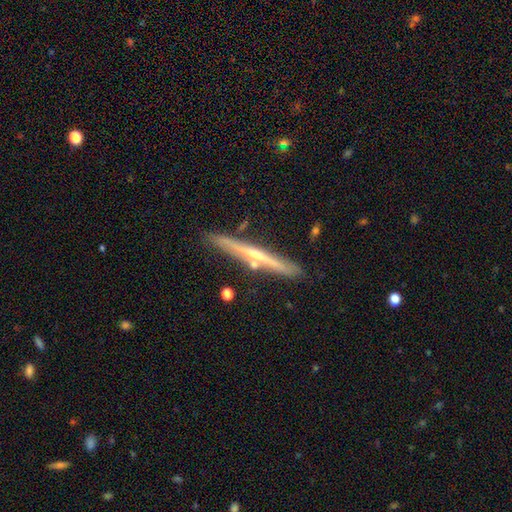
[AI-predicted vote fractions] Smooth or featured?
  - featured or disk: 72% *
  - smooth: 22%
  - star or artifact: 6%
Edge-on disk?
  - yes: 97% *
  - no: 3%
Edge-on bulge?
  - rounded: 67% *
  - none: 28%
  - boxy: 5%
Merging?
  - none: 84% *
  - minor disturbance: 10%
  - merger: 4%
  - major disturbance: 2%